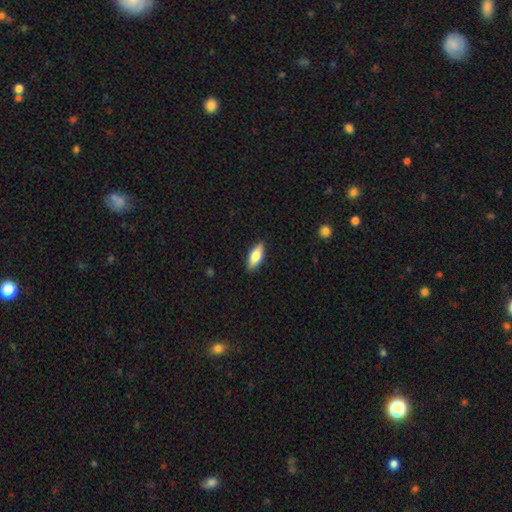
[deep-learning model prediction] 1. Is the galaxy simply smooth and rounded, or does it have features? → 71% smooth, 23% featured or disk, 6% star or artifact.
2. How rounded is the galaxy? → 70% in between, 28% cigar-shaped, 2% round.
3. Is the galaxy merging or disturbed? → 89% none, 9% minor disturbance, 2% major disturbance, 1% merger.